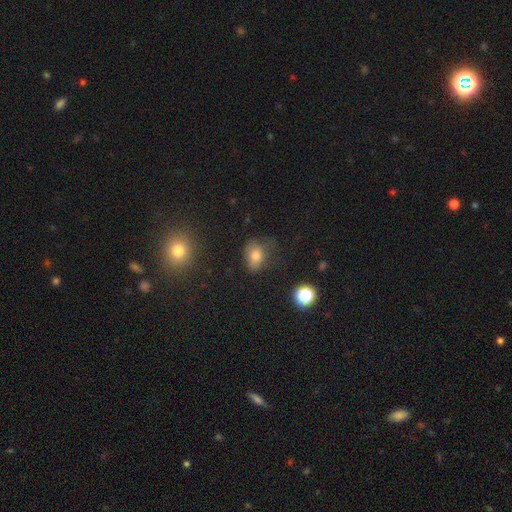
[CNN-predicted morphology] A smooth galaxy with no disk features (74%) that is in between round and cigar-shaped (62%).

Vote fractions:
- Smooth or featured? smooth: 74% / star or artifact: 16% / featured or disk: 10%
- How rounded? in between: 62% / round: 37% / cigar-shaped: 2%
- Merging? none: 61% / minor disturbance: 26% / major disturbance: 10% / merger: 3%